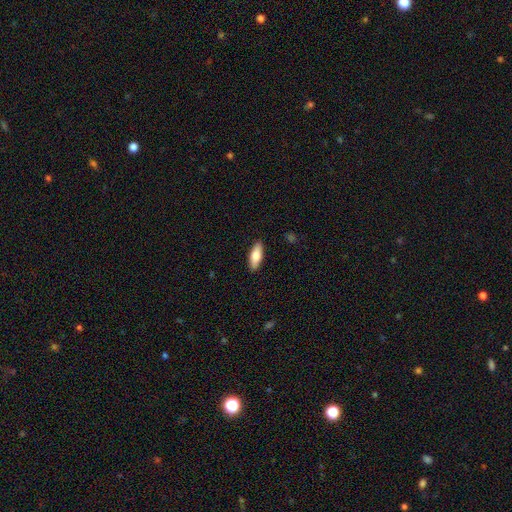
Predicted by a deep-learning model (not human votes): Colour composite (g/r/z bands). It shows a smooth galaxy with no disk features (77%) that is in between round and cigar-shaped (68%). Merging: none (89%).